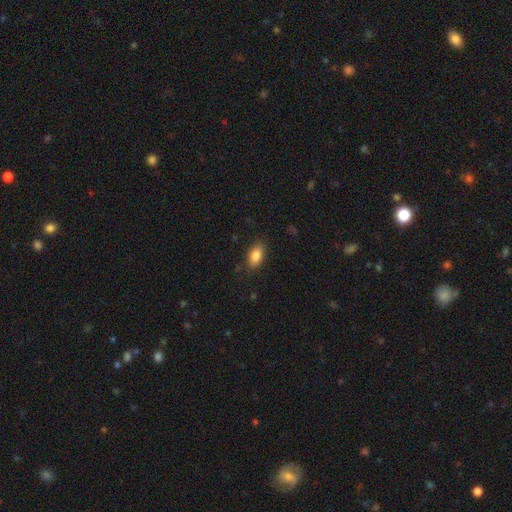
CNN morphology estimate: smooth-or-featured: smooth: 86% | star or artifact: 8% | featured or disk: 6%
  how-rounded: in between: 90% | round: 7% | cigar-shaped: 4%
  merging: none: 85% | minor disturbance: 11% | major disturbance: 3% | merger: 1%